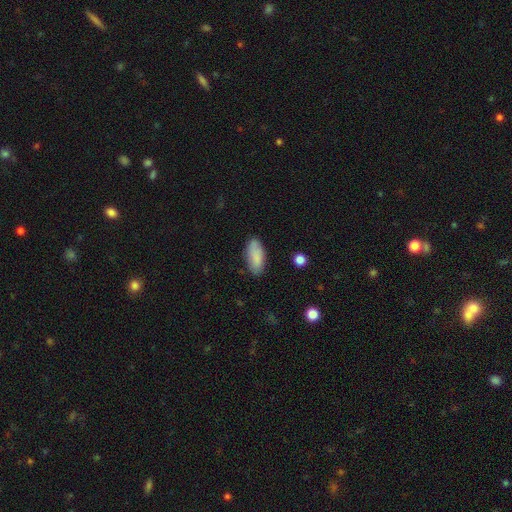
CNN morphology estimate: Smooth or featured? smooth (86%)
How rounded? in between (85%)
Merging? none (81%)